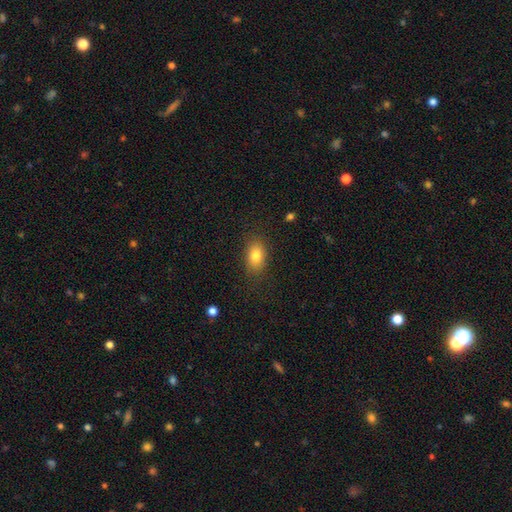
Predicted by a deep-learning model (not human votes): Smooth or featured? smooth (81%)
How rounded? in between (83%)
Merging? none (83%)